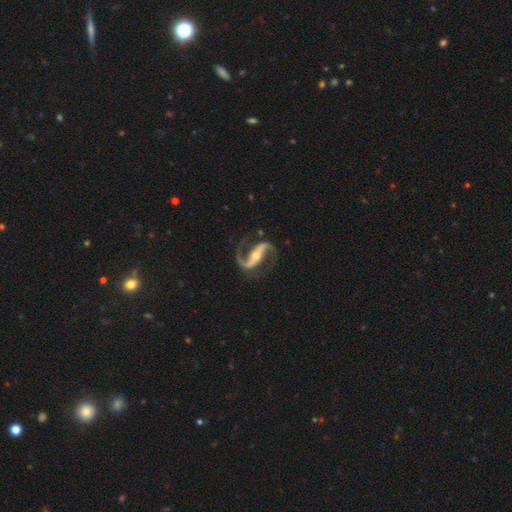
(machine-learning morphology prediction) featured or disk 93%, star or artifact 4%, smooth 3%. Down the decision tree: edge-on disk — no (96%); bar — strong (57%); spiral arms — yes (98%); spiral arm count — 2 (94%); spiral winding — loose (51%); bulge size — moderate (48%); merging — none (80%).